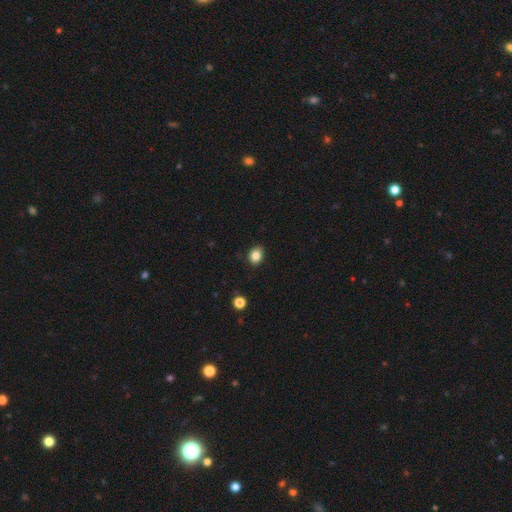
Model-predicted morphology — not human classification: The model was most divided on "how rounded": round: 50%, in between: 49%, cigar-shaped: 1%. More confident: merging — none (87%); smooth or featured — smooth (85%).